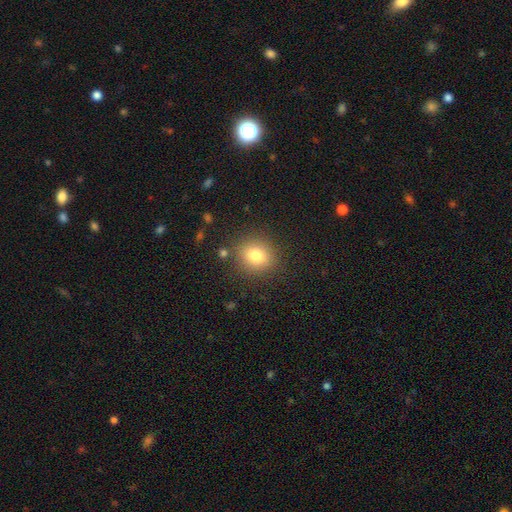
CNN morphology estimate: A smooth galaxy with no disk features (79%) that is round (76%).

Vote fractions:
- Smooth or featured? smooth: 79% / star or artifact: 12% / featured or disk: 9%
- How rounded? round: 76% / in between: 23% / cigar-shaped: 1%
- Merging? none: 85% / minor disturbance: 9% / major disturbance: 3% / merger: 3%